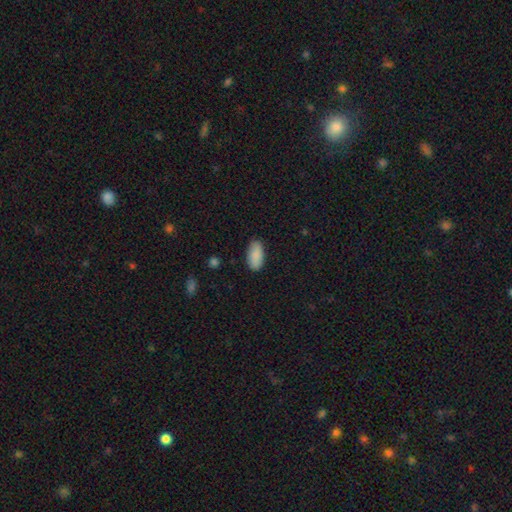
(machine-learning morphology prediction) A smooth galaxy with no disk features (89%) that is in between round and cigar-shaped (92%).

Vote fractions:
- Smooth or featured? smooth: 89% / star or artifact: 6% / featured or disk: 5%
- How rounded? in between: 92% / cigar-shaped: 6% / round: 2%
- Merging? none: 86% / minor disturbance: 11% / major disturbance: 2% / merger: 1%